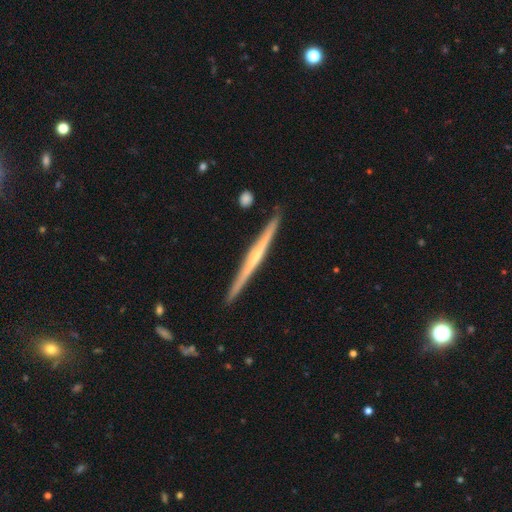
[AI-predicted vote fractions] A featured or disk galaxy (73%) viewed edge-on (98%) with no central bulge (50%).

Vote fractions:
- Smooth or featured? featured or disk: 73% / smooth: 22% / star or artifact: 5%
- Edge-on disk? yes: 98% / no: 2%
- Edge-on bulge? none: 50% / rounded: 43% / boxy: 8%
- Merging? none: 92% / minor disturbance: 6% / merger: 1% / major disturbance: 1%